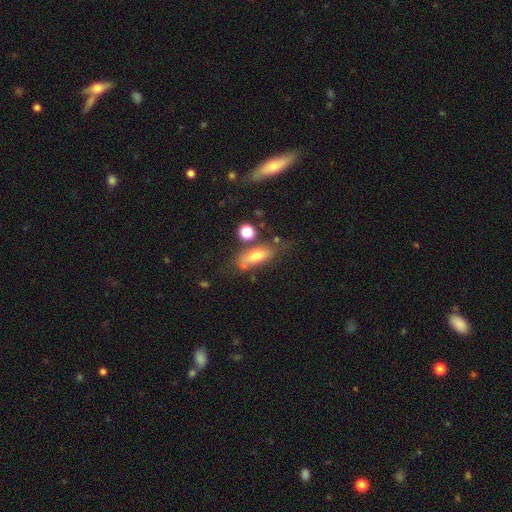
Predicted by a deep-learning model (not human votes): This appears to be a smooth galaxy with no disk features (66%) that is in between round and cigar-shaped (68%). Merging: none (55%).